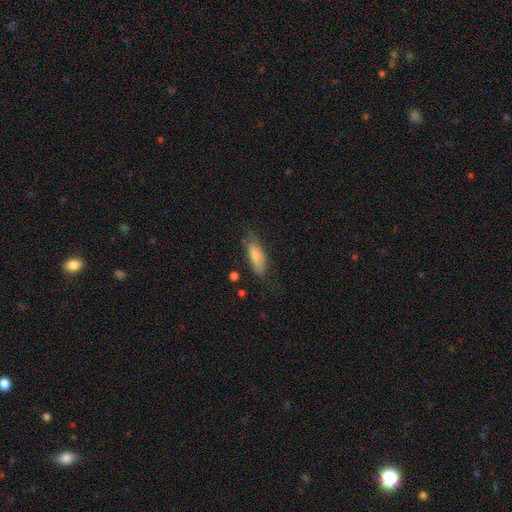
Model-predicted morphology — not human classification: Smooth or featured? smooth (79%)
How rounded? in between (65%)
Merging? none (64%)